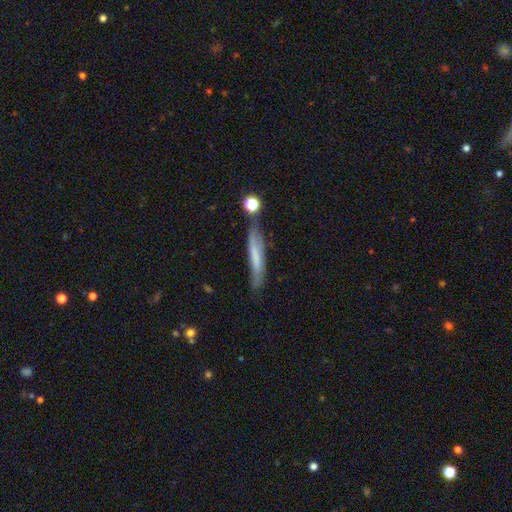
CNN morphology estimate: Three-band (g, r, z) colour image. It shows a smooth galaxy with no disk features (57%) that is cigar-shaped (90%). Merging: none (62%).